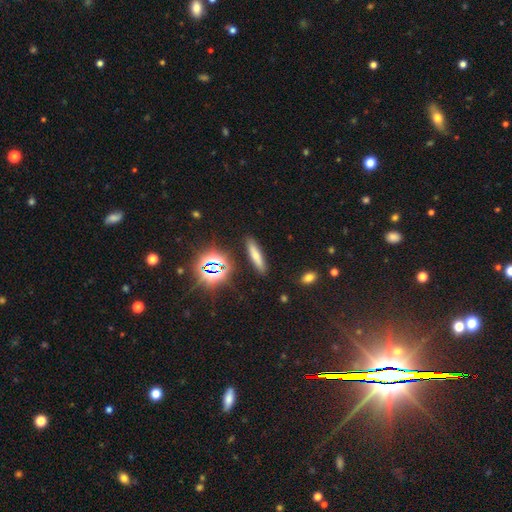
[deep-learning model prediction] This is likely a smooth galaxy (60%). How rounded: likely cigar-shaped (79%). Merging: clearly none (88%).